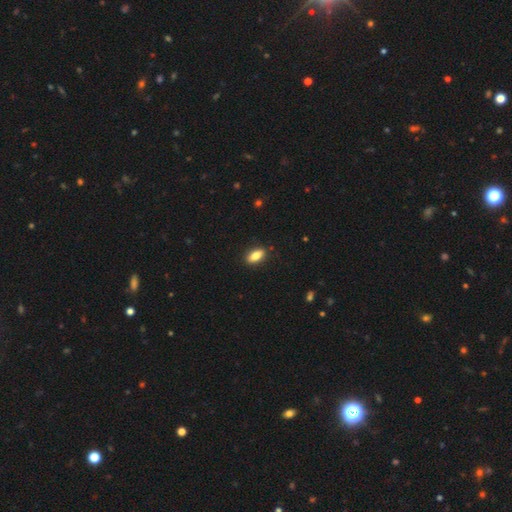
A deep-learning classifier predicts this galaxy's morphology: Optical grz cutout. It shows a smooth galaxy with no disk features (81%) that is in between round and cigar-shaped (84%). Merging: none (88%).